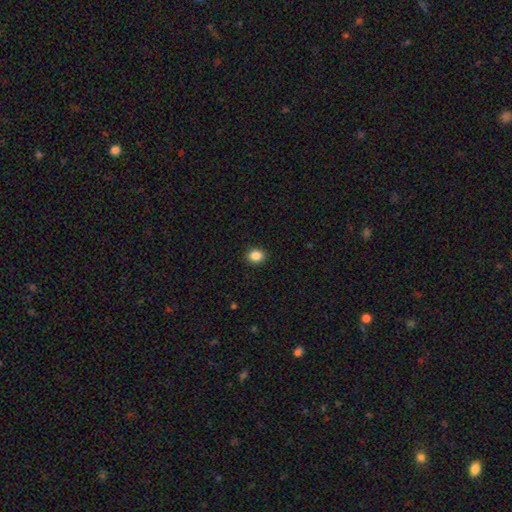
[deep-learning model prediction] smooth-or-featured: smooth: 86% | star or artifact: 10% | featured or disk: 4%
  how-rounded: round: 62% | in between: 37% | cigar-shaped: 1%
  merging: none: 92% | minor disturbance: 6% | major disturbance: 2% | merger: 1%